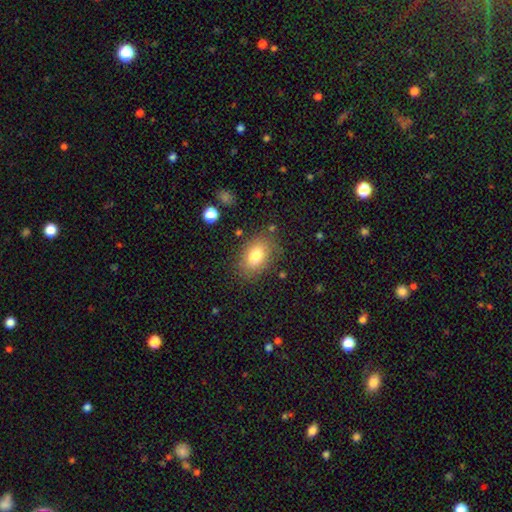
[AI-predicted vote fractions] The model was most divided on "how rounded": in between: 81%, round: 18%, cigar-shaped: 1%. More confident: smooth or featured — smooth (79%); merging — none (78%).